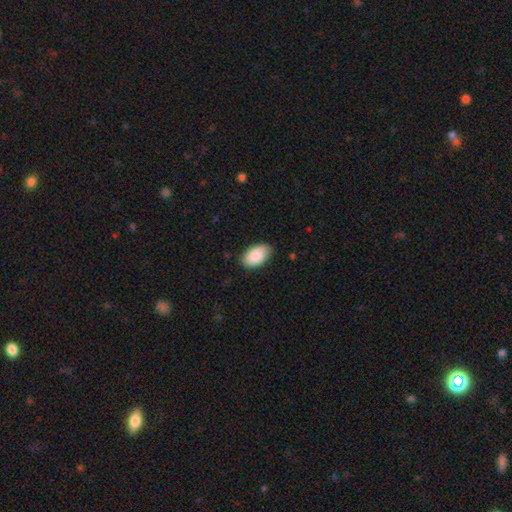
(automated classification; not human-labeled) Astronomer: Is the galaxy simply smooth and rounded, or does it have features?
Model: smooth — 88%.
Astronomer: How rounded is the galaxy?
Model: in between — 95%.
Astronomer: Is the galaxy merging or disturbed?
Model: none — 82%.